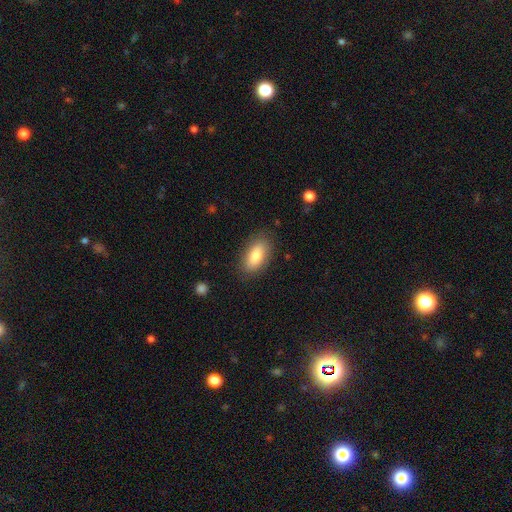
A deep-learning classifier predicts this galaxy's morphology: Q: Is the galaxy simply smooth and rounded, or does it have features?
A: smooth — 80%.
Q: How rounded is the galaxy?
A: in between — 88%.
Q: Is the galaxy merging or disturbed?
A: none — 83%.